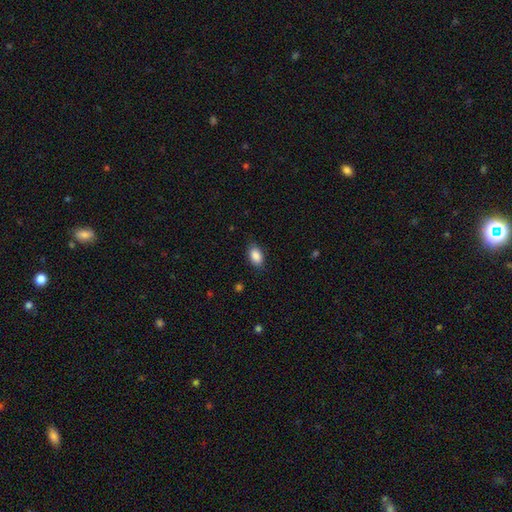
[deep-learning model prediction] smooth_or_featured: smooth (p=0.88) [alt: star or artifact p=0.07]
how_rounded: in between (p=0.90) [alt: round p=0.09]
merging: none (p=0.84) [alt: minor disturbance p=0.12]